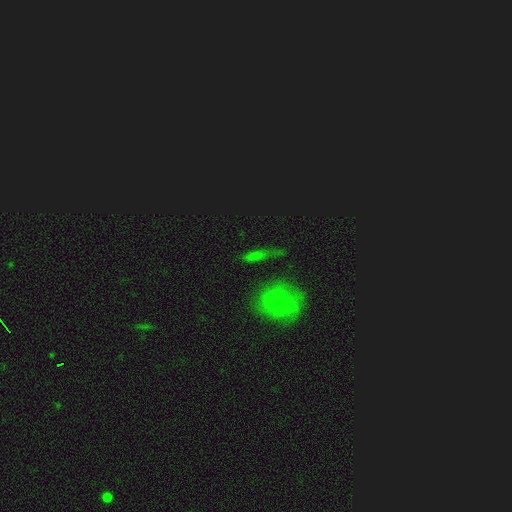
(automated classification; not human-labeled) smooth 46%, star or artifact 27%, featured or disk 27%. Down the decision tree: merging — none (71%).